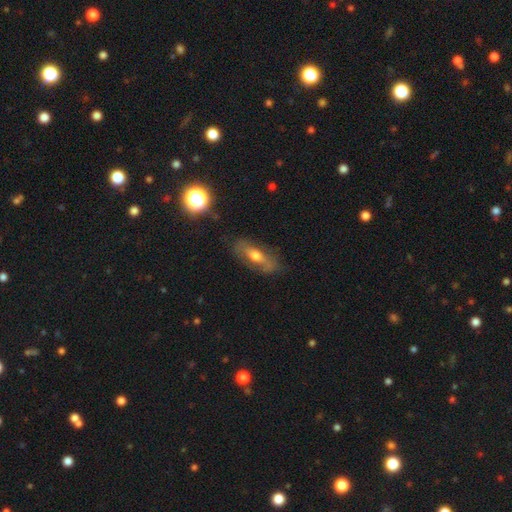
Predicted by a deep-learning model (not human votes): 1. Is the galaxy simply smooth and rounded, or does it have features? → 50% featured or disk, 41% smooth, 10% star or artifact.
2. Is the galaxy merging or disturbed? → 73% none, 18% minor disturbance, 7% major disturbance, 2% merger.